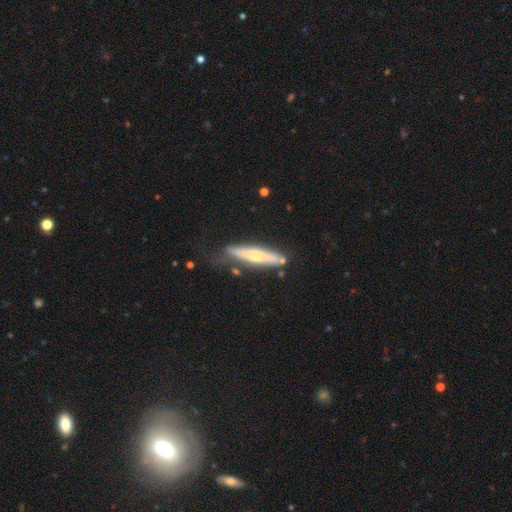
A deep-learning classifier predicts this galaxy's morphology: smooth_or_featured: smooth (p=0.50) [alt: featured or disk p=0.44]
how_rounded: cigar-shaped (p=0.86) [alt: in between p=0.12]
merging: none (p=0.62) [alt: minor disturbance p=0.24]